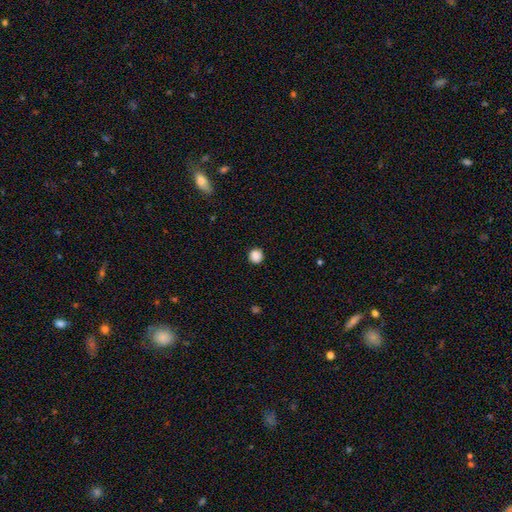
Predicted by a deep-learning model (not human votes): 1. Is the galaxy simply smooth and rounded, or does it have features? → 88% smooth, 9% star or artifact, 3% featured or disk.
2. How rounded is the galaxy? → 94% round, 5% in between, 1% cigar-shaped.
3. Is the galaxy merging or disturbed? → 92% none, 5% minor disturbance, 2% major disturbance, 1% merger.